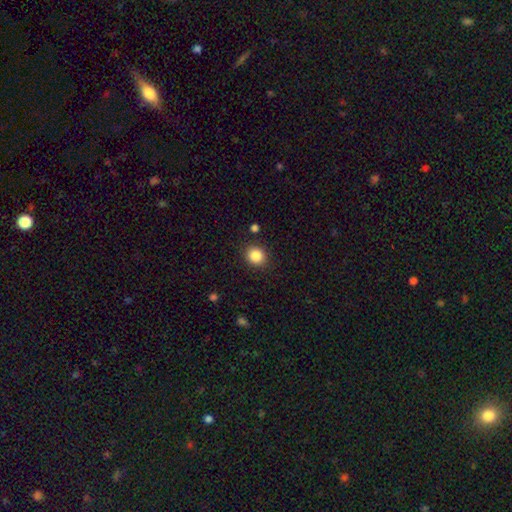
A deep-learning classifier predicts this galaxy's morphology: Overall: smooth (86%). How rounded: round (76%). Merging: none (88%).